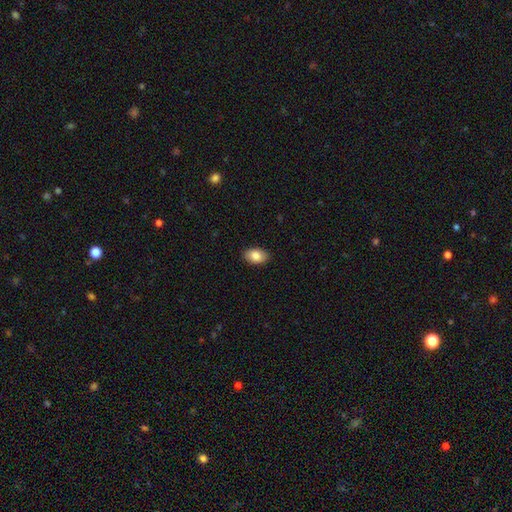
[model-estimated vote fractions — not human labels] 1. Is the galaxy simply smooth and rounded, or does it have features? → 85% smooth, 7% featured or disk, 7% star or artifact.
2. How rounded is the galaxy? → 88% in between, 11% round, 1% cigar-shaped.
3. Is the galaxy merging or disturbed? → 89% none, 8% minor disturbance, 2% major disturbance, 1% merger.